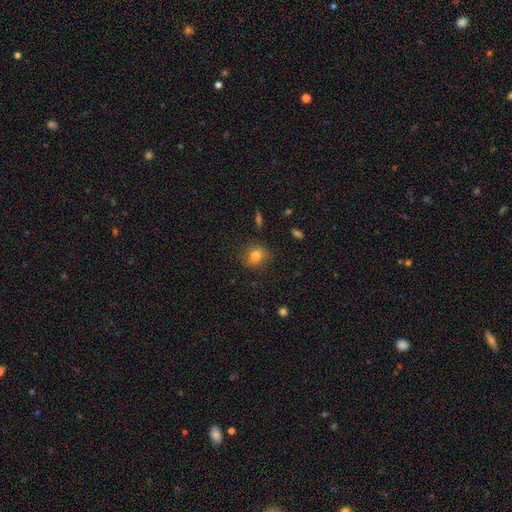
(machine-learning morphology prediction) Overall: smooth (81%). How rounded: round (67%; in between 32%). Merging: none (80%).